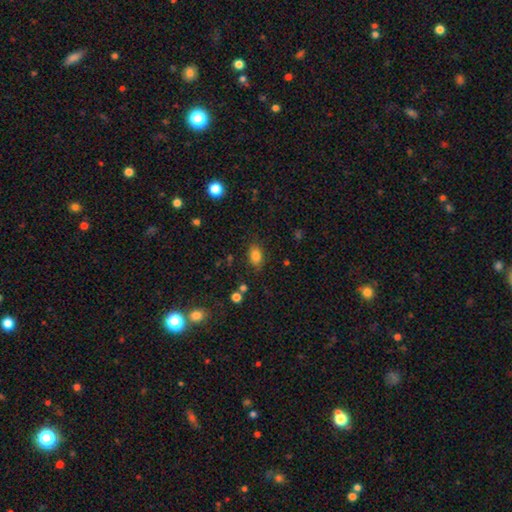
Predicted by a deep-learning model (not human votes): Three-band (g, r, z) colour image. It shows a smooth galaxy with no disk features (82%) that is in between round and cigar-shaped (85%). Merging: none (81%).